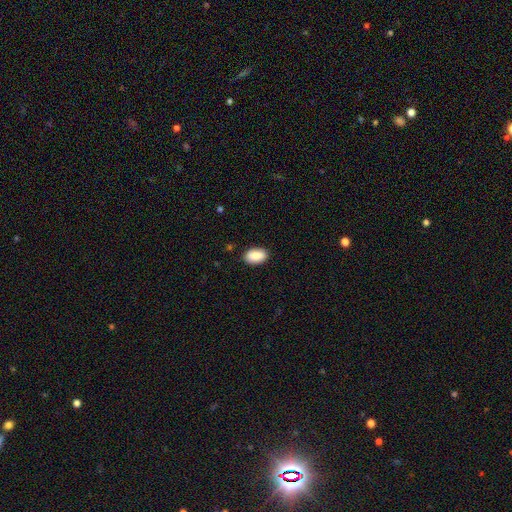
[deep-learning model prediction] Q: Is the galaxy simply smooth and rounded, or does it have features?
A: smooth — 87%.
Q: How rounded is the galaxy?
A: in between — 93%.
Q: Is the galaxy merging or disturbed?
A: none — 88%.